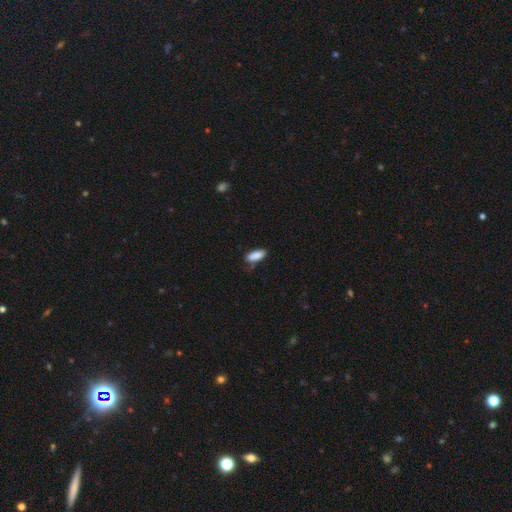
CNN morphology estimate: smooth 89%, star or artifact 7%, featured or disk 5%. Down the decision tree: how rounded — in between (78%); merging — none (69%).